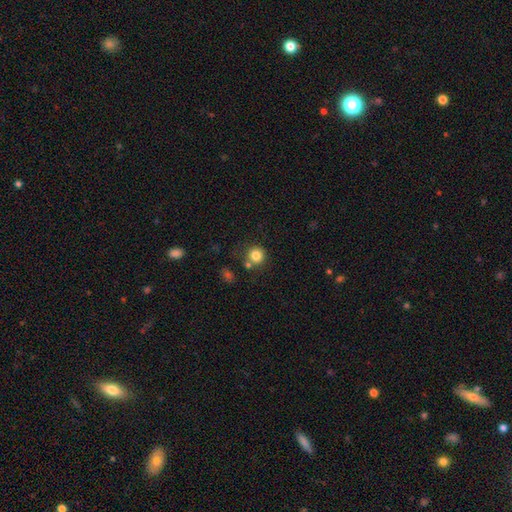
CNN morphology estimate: A smooth galaxy with no disk features (82%) that is round (91%).

Vote fractions:
- Smooth or featured? smooth: 82% / star or artifact: 11% / featured or disk: 7%
- How rounded? round: 91% / in between: 8% / cigar-shaped: 1%
- Merging? none: 71% / merger: 13% / minor disturbance: 11% / major disturbance: 4%